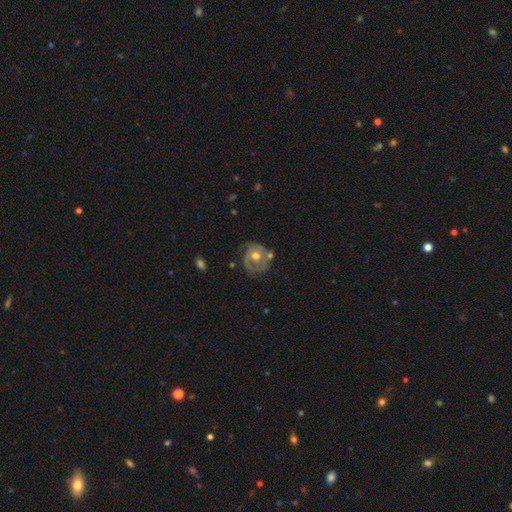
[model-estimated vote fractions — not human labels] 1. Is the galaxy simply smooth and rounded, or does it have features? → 74% featured or disk, 20% smooth, 6% star or artifact.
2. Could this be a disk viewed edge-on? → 97% no, 3% yes.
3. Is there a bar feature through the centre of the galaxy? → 77% no, 19% weak, 4% strong.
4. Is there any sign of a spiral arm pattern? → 77% yes, 23% no.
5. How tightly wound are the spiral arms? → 58% tight, 31% medium, 11% loose.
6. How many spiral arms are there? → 43% 2, 25% 1, 21% can't tell, 7% 3, 2% 4, 2% more than 4.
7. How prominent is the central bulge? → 78% moderate, 14% small, 6% large, 1% none, 1% dominant.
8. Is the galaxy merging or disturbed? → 57% none, 24% minor disturbance, 12% major disturbance, 7% merger.